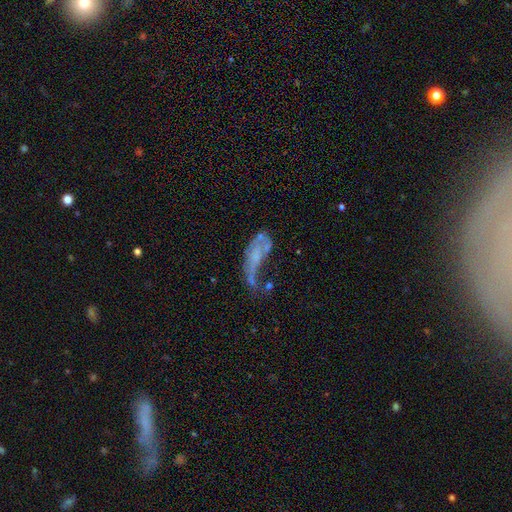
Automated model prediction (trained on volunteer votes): smooth-or-featured: featured or disk: 56% | smooth: 31% | star or artifact: 14%
  disk-edge-on: no: 90% | yes: 10%
    bar: no: 83% | weak: 13% | strong: 4%
    has-spiral-arms: no: 74% | yes: 26%
    bulge-size: none: 66% | small: 20% | moderate: 10% | large: 2% | dominant: 1%
  merging: major disturbance: 45% | none: 20% | merger: 19% | minor disturbance: 16%